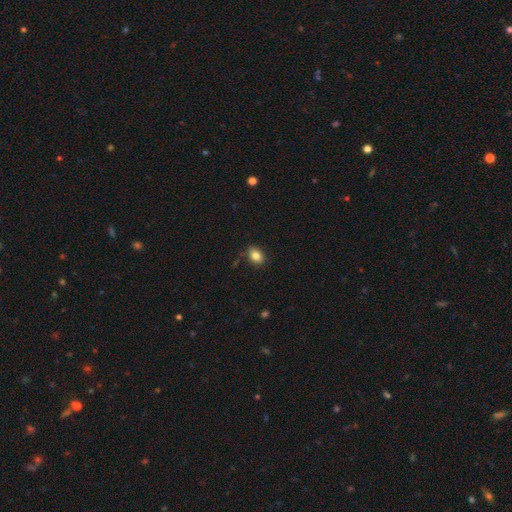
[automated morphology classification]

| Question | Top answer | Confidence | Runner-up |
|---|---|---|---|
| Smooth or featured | smooth | 83% | star or artifact (10%) |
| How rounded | in between | 74% | round (24%) |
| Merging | none | 83% | minor disturbance (12%) |